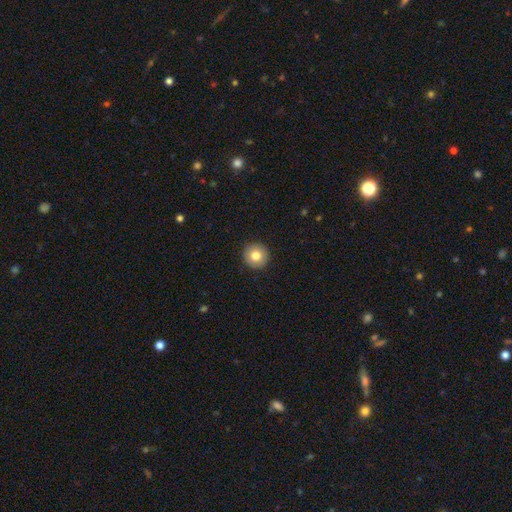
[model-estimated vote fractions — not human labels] smooth-or-featured: smooth: 81% | featured or disk: 10% | star or artifact: 9%
  how-rounded: round: 95% | in between: 4% | cigar-shaped: 1%
  merging: none: 92% | minor disturbance: 5% | major disturbance: 2% | merger: 1%